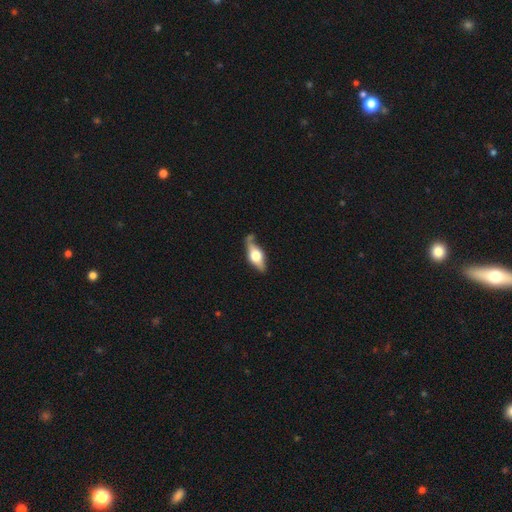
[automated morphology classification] Smooth or featured? featured or disk (57%)
Edge-on disk? yes (87%)
Merging? none (65%)